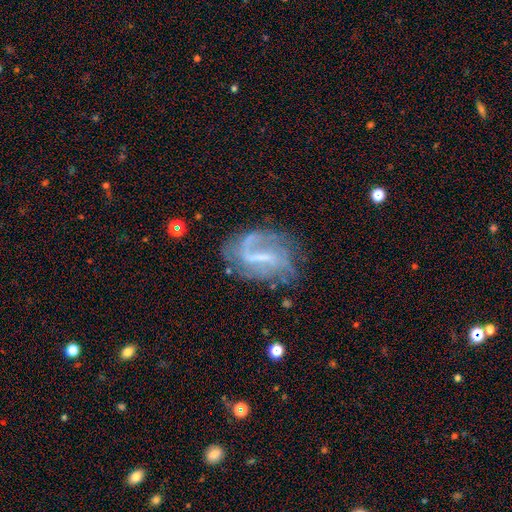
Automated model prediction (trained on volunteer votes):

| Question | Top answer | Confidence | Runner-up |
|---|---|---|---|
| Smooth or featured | featured or disk | 77% | smooth (12%) |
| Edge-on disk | no | 95% | yes (5%) |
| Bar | strong | 51% | weak (36%) |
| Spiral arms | yes | 88% | no (12%) |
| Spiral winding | medium | 39% | loose (35%) |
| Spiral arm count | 2 | 60% | can't tell (18%) |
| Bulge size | small | 40% | none (37%) |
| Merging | none | 66% | minor disturbance (18%) |